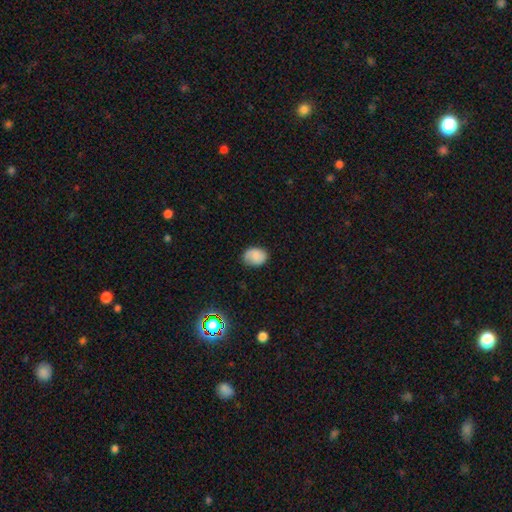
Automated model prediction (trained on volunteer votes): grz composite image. It shows a smooth galaxy with no disk features (77%) that is in between round and cigar-shaped (61%). Merging: none (70%).